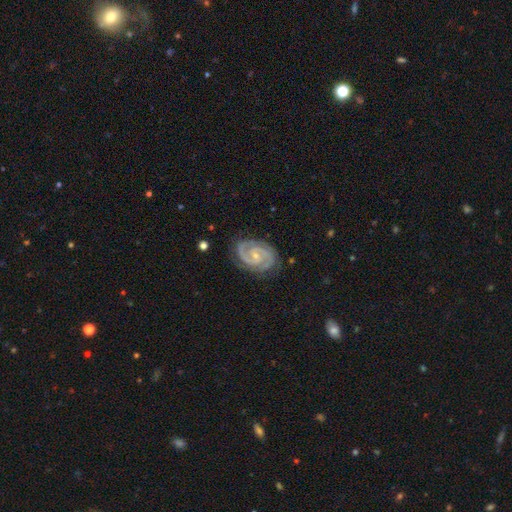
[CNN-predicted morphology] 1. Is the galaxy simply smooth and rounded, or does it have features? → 92% featured or disk, 4% star or artifact, 3% smooth.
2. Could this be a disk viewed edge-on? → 98% no, 2% yes.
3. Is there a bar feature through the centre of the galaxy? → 48% no, 40% weak, 13% strong.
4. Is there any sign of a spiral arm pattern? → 99% yes, 1% no.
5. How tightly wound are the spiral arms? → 63% tight, 34% medium, 3% loose.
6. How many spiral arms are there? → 89% 2, 5% 3, 2% can't tell, 1% 4, 1% 1, 1% more than 4.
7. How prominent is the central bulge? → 70% small, 25% moderate, 4% none, 1% large, 1% dominant.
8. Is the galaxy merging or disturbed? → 82% none, 14% minor disturbance, 3% major disturbance, 1% merger.